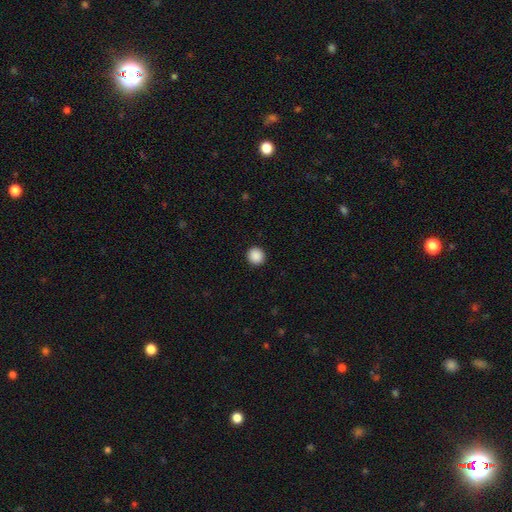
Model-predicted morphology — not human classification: Overall: smooth (89%). How rounded: round (91%). Merging: none (93%).